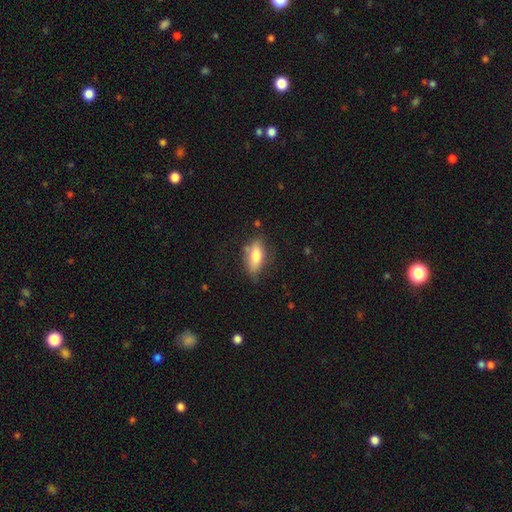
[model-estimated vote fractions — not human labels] Morphology: type=smooth (74%); roundness=in between (78%); merging=none (68%).